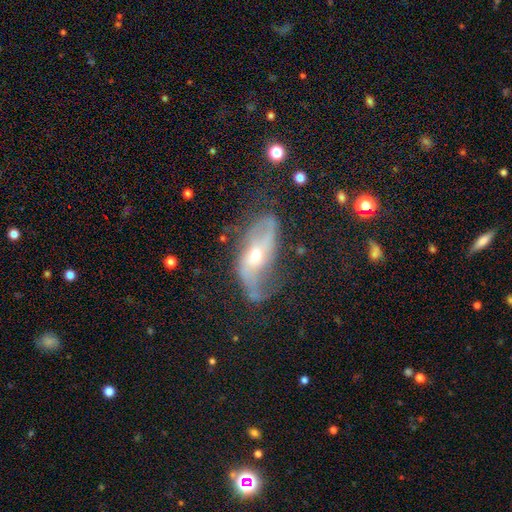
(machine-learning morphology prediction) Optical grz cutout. It shows a featured or disk galaxy (76%) with no bar (51%), 2 (79%) loose (56%) spiral arms (85%) and a moderate central bulge (53%). Merging: none (54%).